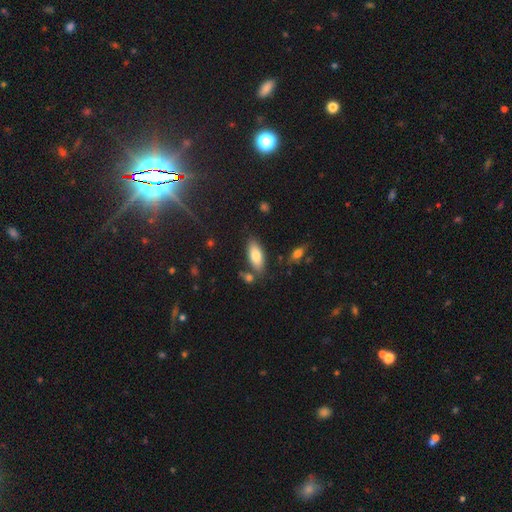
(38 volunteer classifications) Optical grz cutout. It shows a smooth galaxy with no disk features (79%) that is in between round and cigar-shaped (70%). Merging: none (89%).